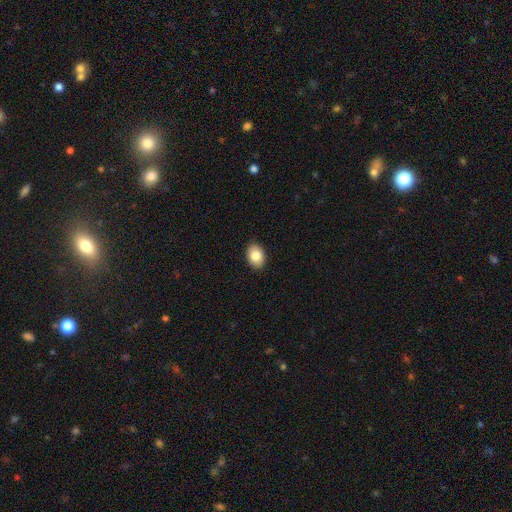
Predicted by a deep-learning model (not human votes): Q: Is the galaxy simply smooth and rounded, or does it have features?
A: smooth — 84%.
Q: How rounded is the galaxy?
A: in between — 77%.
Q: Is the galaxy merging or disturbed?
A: none — 90%.